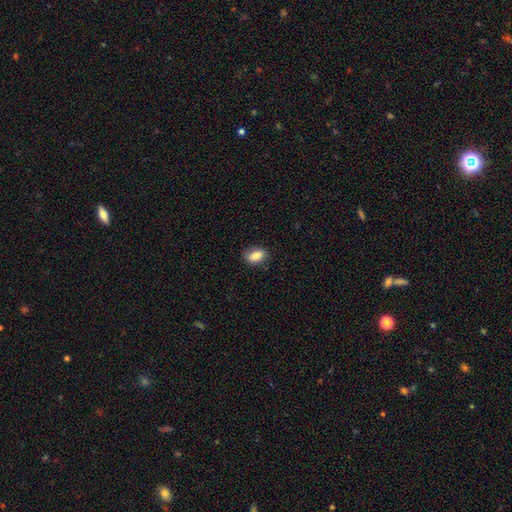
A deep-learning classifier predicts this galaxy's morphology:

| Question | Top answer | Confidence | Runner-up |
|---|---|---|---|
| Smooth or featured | smooth | 85% | featured or disk (8%) |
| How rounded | in between | 87% | round (11%) |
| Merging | none | 84% | minor disturbance (13%) |